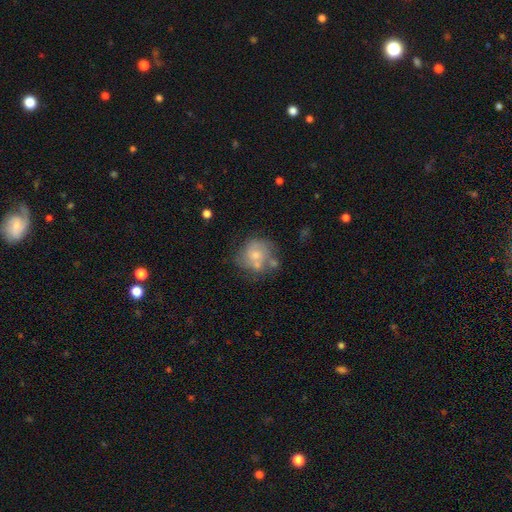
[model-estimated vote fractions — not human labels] Morphology: type=featured or disk (50%); edge-on=no (98%); merging=none (45%).